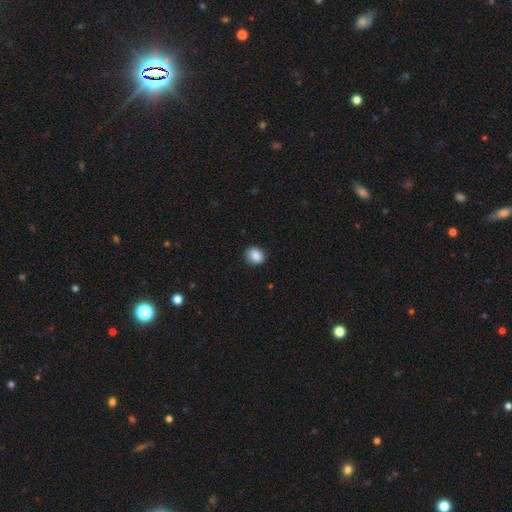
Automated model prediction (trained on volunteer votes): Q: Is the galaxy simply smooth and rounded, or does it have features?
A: smooth — 87%.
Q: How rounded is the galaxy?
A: round — 63%.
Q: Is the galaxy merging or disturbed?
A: none — 86%.